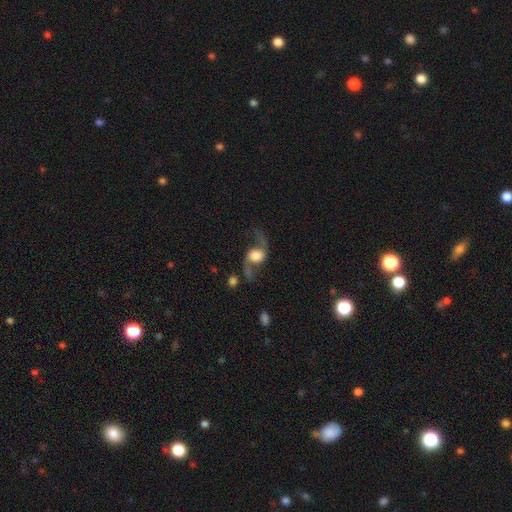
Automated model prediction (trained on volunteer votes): featured or disk 76%, smooth 17%, star or artifact 7%. Down the decision tree: edge-on disk — no (94%); bar — no (61%); spiral arms — yes (94%); spiral arm count — 2 (93%); spiral winding — loose (89%); bulge size — large (45%); merging — none (57%).